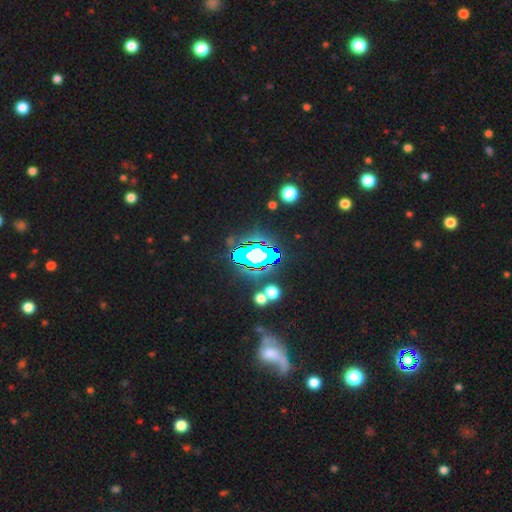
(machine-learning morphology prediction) The model was most divided on "smooth or featured": star or artifact: 67%, smooth: 17%, featured or disk: 16%.